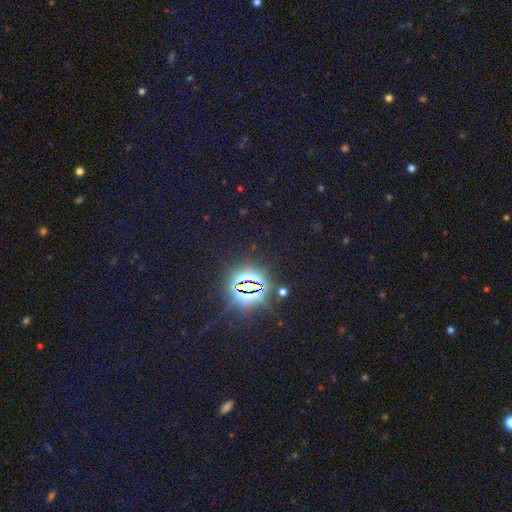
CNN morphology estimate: Smooth or featured? star or artifact (78%)